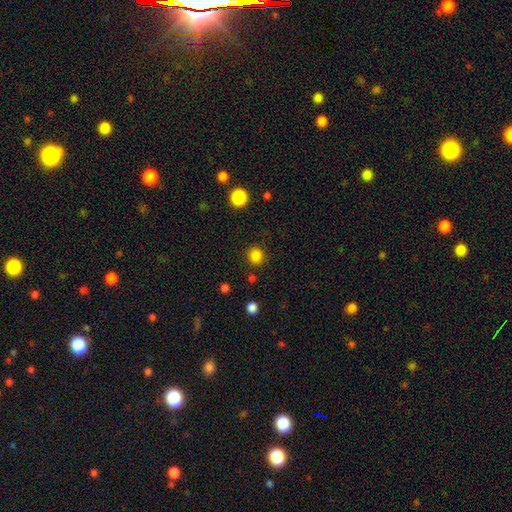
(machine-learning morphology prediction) This is clearly a smooth galaxy (84%). How rounded: clearly round (91%). Merging: clearly none (89%).